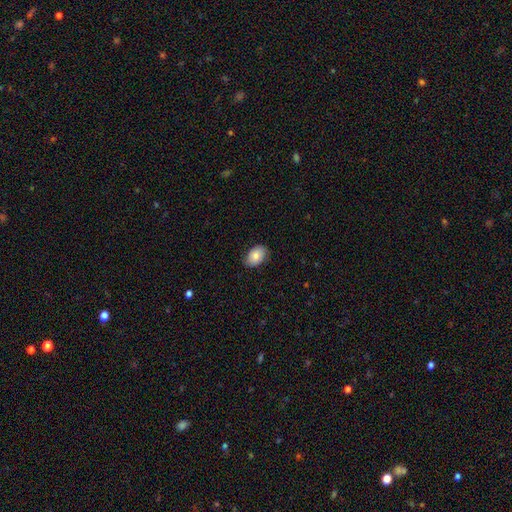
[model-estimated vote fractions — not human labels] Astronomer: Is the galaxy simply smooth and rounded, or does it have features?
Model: smooth — 80%.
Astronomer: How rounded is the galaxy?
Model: in between — 85%.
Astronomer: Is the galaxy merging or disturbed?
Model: none — 82%.